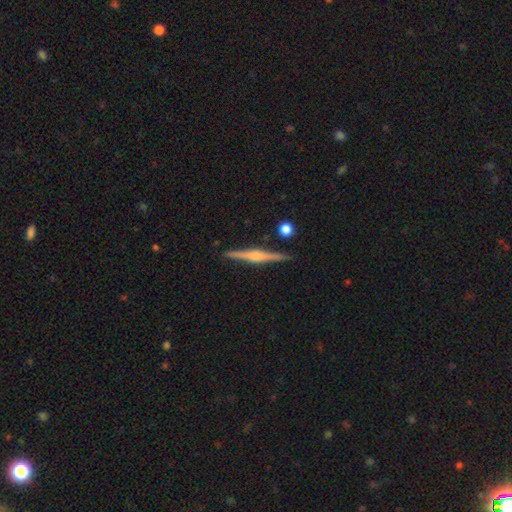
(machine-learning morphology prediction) The model was most divided on "smooth or featured": featured or disk: 77%, smooth: 16%, star or artifact: 7%. More confident: edge-on disk — yes (98%); merging — none (88%); edge-on bulge — rounded (80%).